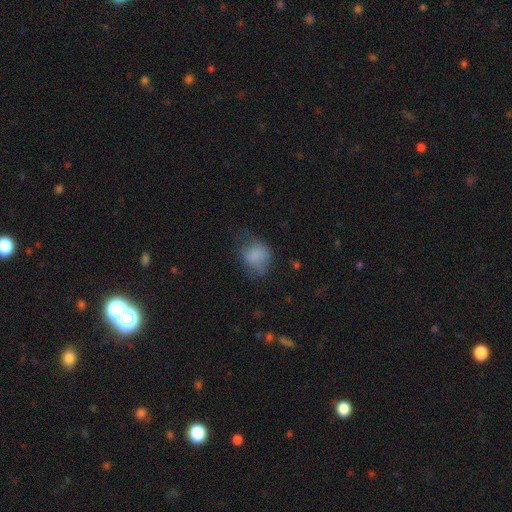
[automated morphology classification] Smooth or featured? smooth (80%)
How rounded? round (50%)
Merging? none (44%)